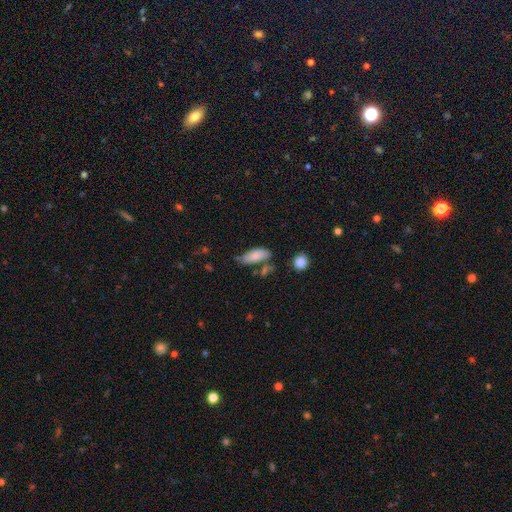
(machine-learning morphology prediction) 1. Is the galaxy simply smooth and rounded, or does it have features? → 79% smooth, 13% featured or disk, 7% star or artifact.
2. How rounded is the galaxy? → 81% in between, 16% cigar-shaped, 3% round.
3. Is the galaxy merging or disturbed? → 49% none, 30% minor disturbance, 12% merger, 9% major disturbance.